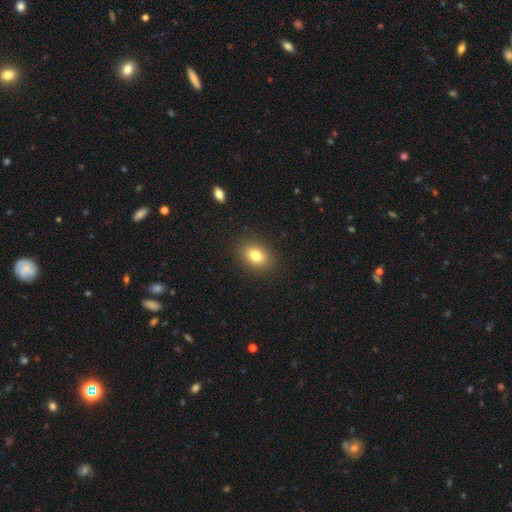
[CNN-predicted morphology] Smooth or featured: smooth — 80% (star or artifact — 10%)
How rounded: in between — 72% (round — 27%)
Merging: none — 89% (minor disturbance — 8%)